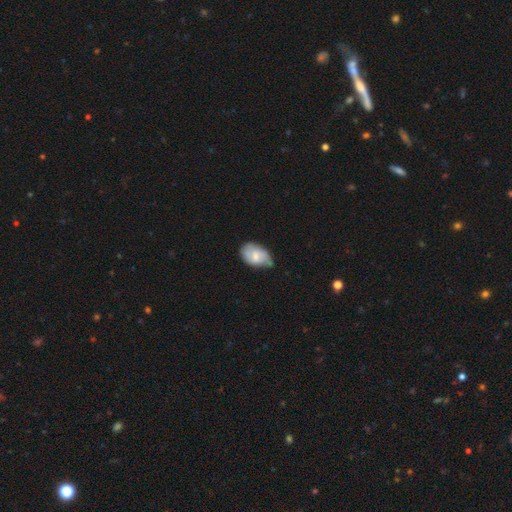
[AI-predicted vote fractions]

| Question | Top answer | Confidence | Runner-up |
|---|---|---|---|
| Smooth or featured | smooth | 58% | featured or disk (35%) |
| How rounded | in between | 86% | round (12%) |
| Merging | minor disturbance | 45% | none (42%) |